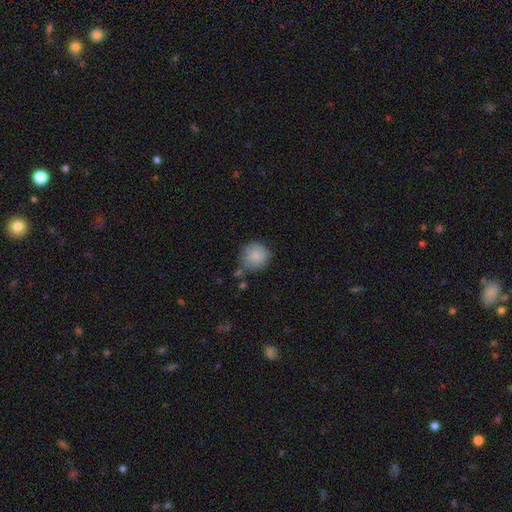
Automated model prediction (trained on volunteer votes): smooth 86%, star or artifact 7%, featured or disk 6%. Down the decision tree: how rounded — round (92%); merging — none (68%).